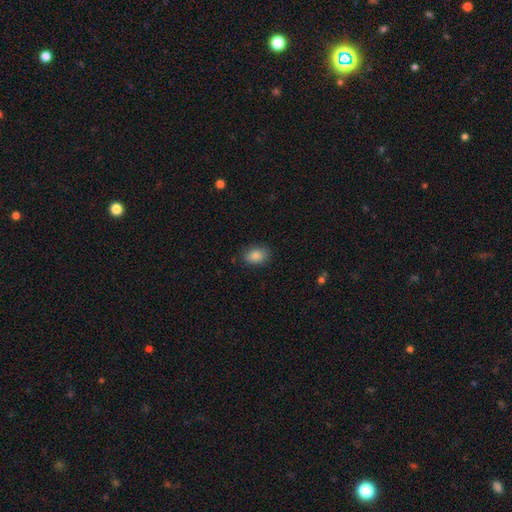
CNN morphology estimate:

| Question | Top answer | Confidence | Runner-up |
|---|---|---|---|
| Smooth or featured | smooth | 87% | star or artifact (9%) |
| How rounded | in between | 73% | round (26%) |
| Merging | none | 82% | minor disturbance (14%) |